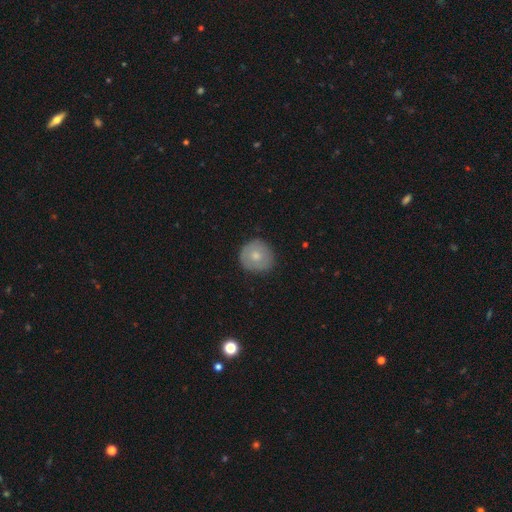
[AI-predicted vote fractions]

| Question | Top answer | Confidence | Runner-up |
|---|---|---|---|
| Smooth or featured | smooth | 71% | featured or disk (23%) |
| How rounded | round | 90% | in between (9%) |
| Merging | none | 84% | minor disturbance (12%) |